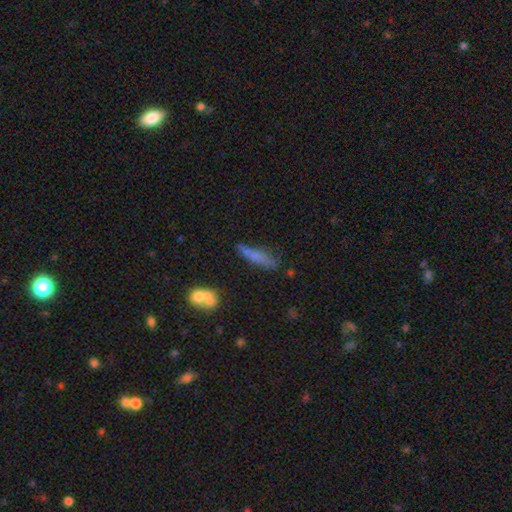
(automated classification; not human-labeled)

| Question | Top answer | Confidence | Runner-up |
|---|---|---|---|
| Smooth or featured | smooth | 64% | featured or disk (26%) |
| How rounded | cigar-shaped | 73% | in between (24%) |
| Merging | none | 58% | minor disturbance (22%) |